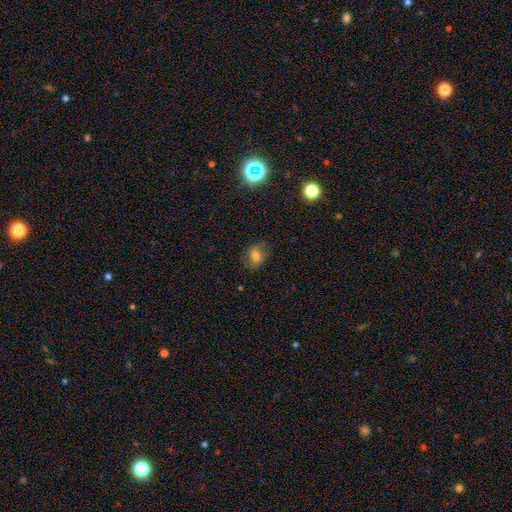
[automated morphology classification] smooth 69%, featured or disk 17%, star or artifact 13%. Down the decision tree: how rounded — round (50%); merging — none (78%).